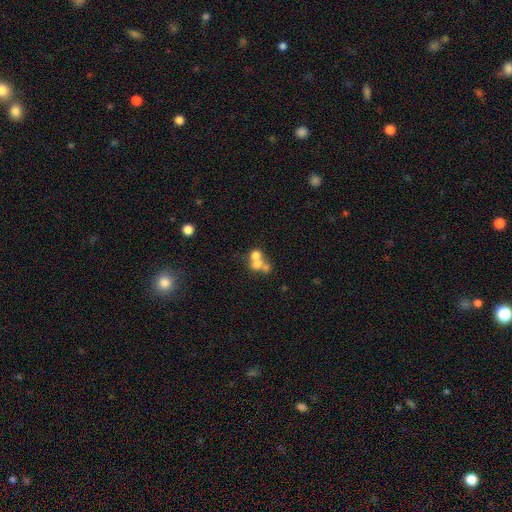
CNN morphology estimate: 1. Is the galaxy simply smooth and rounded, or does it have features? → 60% smooth, 26% featured or disk, 14% star or artifact.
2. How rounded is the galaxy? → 70% round, 29% in between, 1% cigar-shaped.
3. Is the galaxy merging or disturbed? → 62% merger, 26% none, 6% minor disturbance, 5% major disturbance.